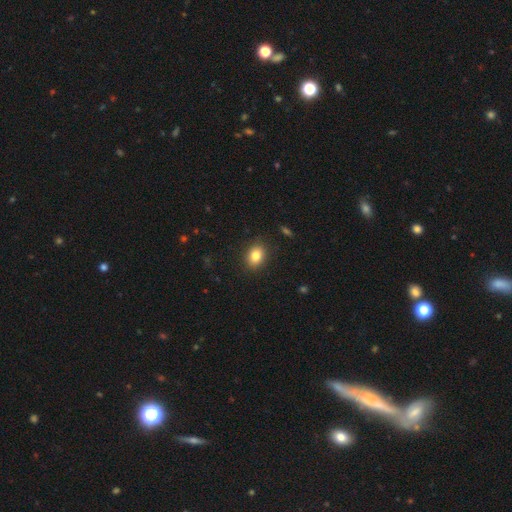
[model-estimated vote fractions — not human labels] The model was most divided on "how rounded": in between: 62%, round: 36%, cigar-shaped: 1%. More confident: merging — none (89%); smooth or featured — smooth (83%).